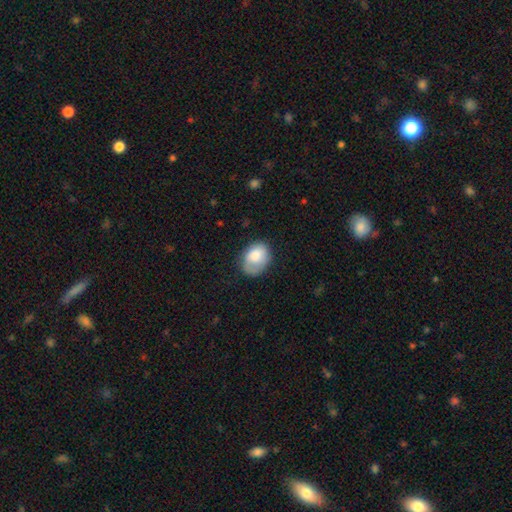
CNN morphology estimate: A smooth galaxy with no disk features (79%) that is in between round and cigar-shaped (73%).

Vote fractions:
- Smooth or featured? smooth: 79% / featured or disk: 14% / star or artifact: 7%
- How rounded? in between: 73% / round: 26% / cigar-shaped: 1%
- Merging? none: 56% / minor disturbance: 30% / major disturbance: 12% / merger: 2%